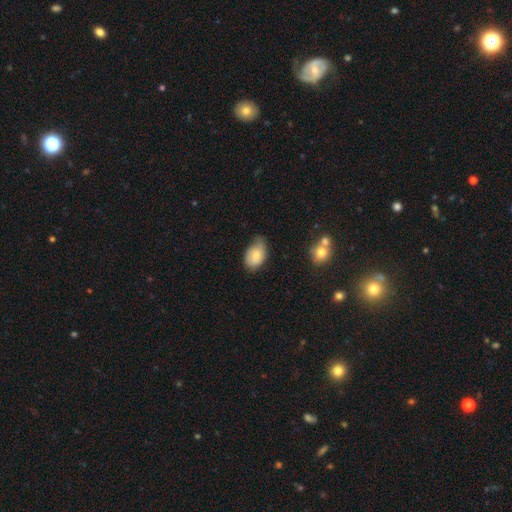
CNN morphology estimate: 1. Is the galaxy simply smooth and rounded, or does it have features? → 72% smooth, 21% featured or disk, 7% star or artifact.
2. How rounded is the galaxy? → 86% in between, 13% round, 1% cigar-shaped.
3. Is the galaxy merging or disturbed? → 45% none, 42% minor disturbance, 11% major disturbance, 2% merger.